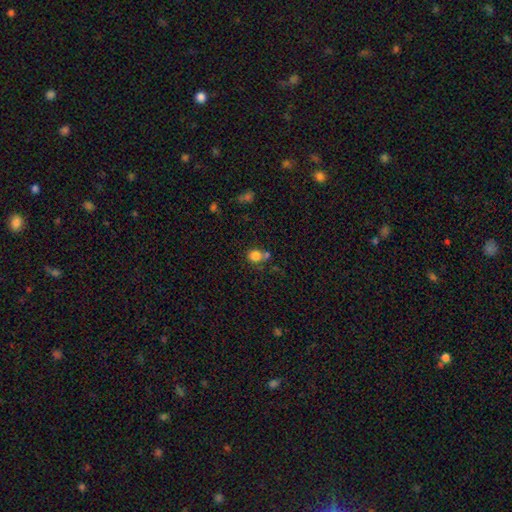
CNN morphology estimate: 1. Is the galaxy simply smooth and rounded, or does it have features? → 82% smooth, 12% star or artifact, 7% featured or disk.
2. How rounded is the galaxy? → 80% round, 19% in between, 1% cigar-shaped.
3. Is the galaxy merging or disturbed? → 57% none, 25% merger, 13% minor disturbance, 5% major disturbance.